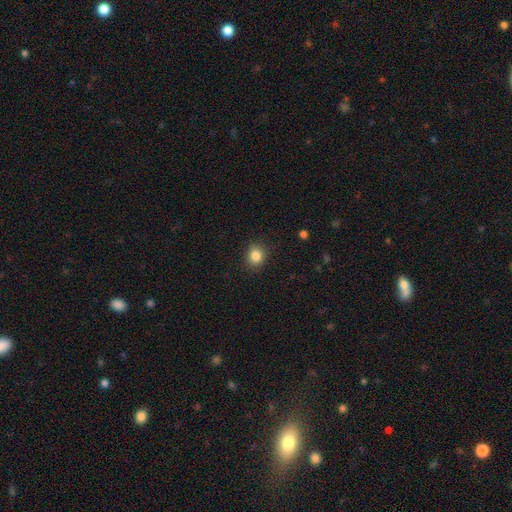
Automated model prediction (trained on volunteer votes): A smooth galaxy with no disk features (84%) that is round (75%). Merging: none (85%).